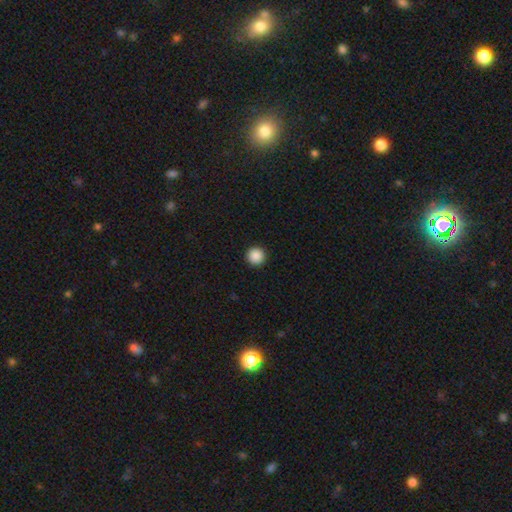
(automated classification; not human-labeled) Smooth or featured?
  - smooth: 89% *
  - star or artifact: 9%
  - featured or disk: 2%
How rounded?
  - round: 97% *
  - in between: 3%
  - cigar-shaped: 1%
Merging?
  - none: 94% *
  - minor disturbance: 4%
  - major disturbance: 1%
  - merger: 1%